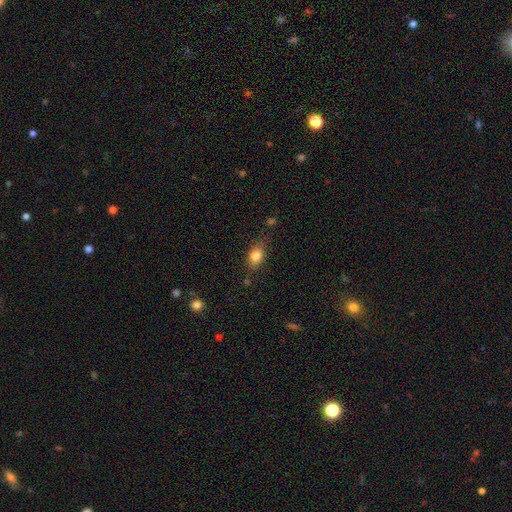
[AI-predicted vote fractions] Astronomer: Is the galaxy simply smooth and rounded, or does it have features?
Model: smooth — 80%.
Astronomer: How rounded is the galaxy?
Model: in between — 76%.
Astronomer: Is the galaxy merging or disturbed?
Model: none — 71%.